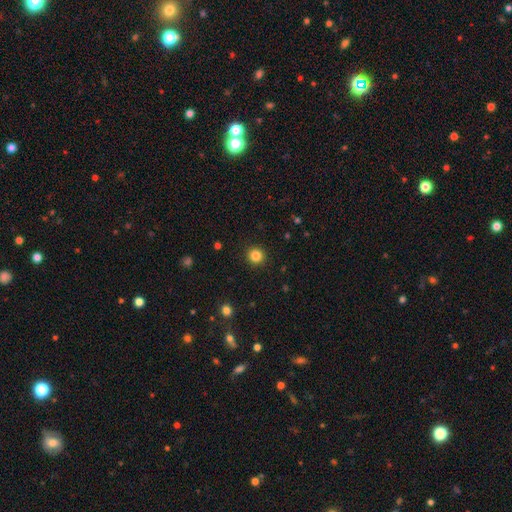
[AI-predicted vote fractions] Q: Smooth or featured?
A: smooth (84%); runner-up: star or artifact (12%)
Q: How rounded?
A: round (94%); runner-up: in between (5%)
Q: Merging?
A: none (92%); runner-up: minor disturbance (5%)